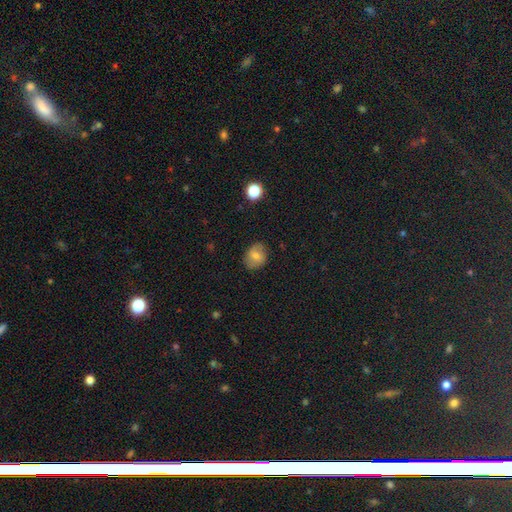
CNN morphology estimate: Smooth or featured: smooth — 70% (featured or disk — 20%)
How rounded: in between — 53% (round — 46%)
Merging: none — 81% (minor disturbance — 14%)